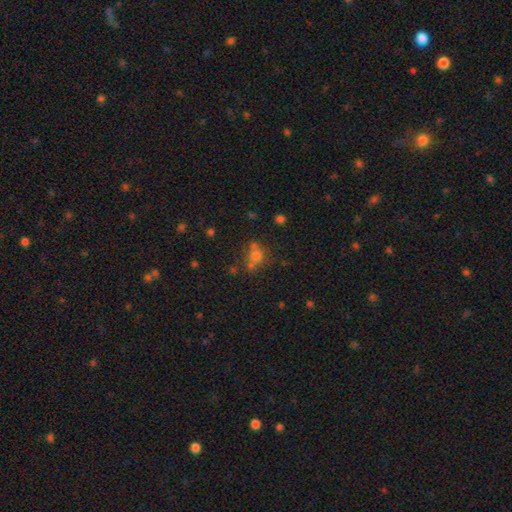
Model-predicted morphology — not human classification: smooth 59%, star or artifact 27%, featured or disk 14%. Down the decision tree: how rounded — round (79%); merging — none (53%).